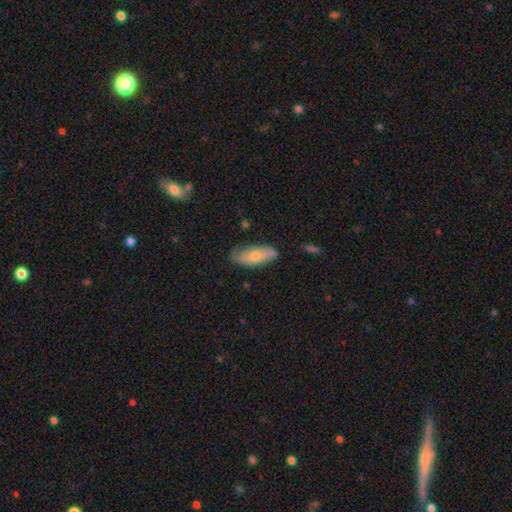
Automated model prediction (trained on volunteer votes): This is likely a smooth galaxy (63%). How rounded: likely in between (79%). Merging: likely none (67%).